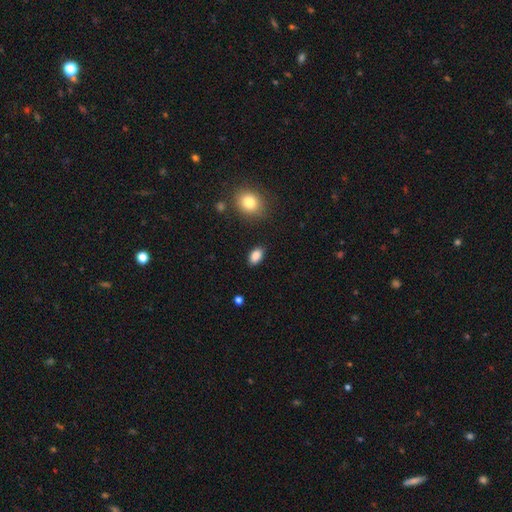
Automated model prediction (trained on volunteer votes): smooth 88%, star or artifact 8%, featured or disk 4%. Down the decision tree: how rounded — in between (90%); merging — none (87%).